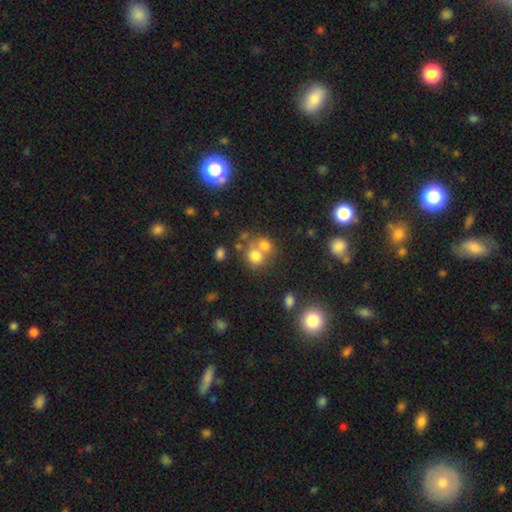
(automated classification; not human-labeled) Q: Smooth or featured?
A: smooth (71%); runner-up: featured or disk (16%)
Q: How rounded?
A: round (73%); runner-up: in between (26%)
Q: Merging?
A: merger (51%); runner-up: none (36%)